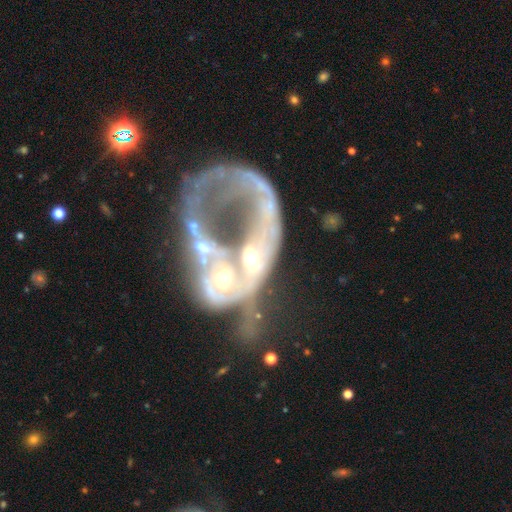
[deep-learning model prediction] A featured or disk galaxy (73%) with no bar (82%), no spiral arms (65%) and a moderate central bulge (43%). Merging: merger (67%).